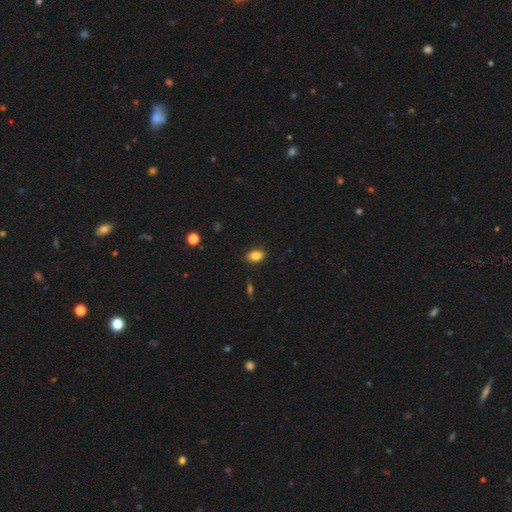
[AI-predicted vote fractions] Q: Smooth or featured?
A: smooth (85%); runner-up: star or artifact (9%)
Q: How rounded?
A: in between (87%); runner-up: round (10%)
Q: Merging?
A: none (84%); runner-up: minor disturbance (12%)